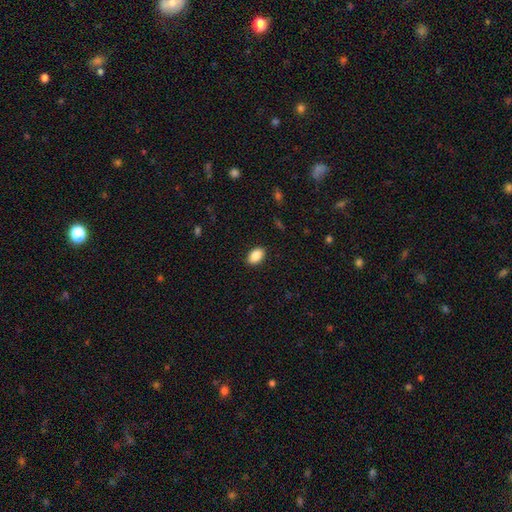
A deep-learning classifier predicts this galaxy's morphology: smooth-or-featured: smooth: 88% | star or artifact: 8% | featured or disk: 4%
  how-rounded: in between: 88% | round: 11% | cigar-shaped: 1%
  merging: none: 90% | minor disturbance: 8% | major disturbance: 2% | merger: 1%